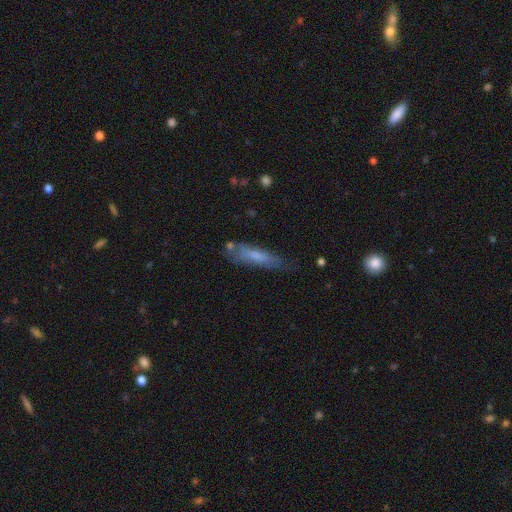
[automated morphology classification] Smooth or featured: smooth — 60% (featured or disk — 32%)
How rounded: cigar-shaped — 76% (in between — 23%)
Merging: none — 56% (minor disturbance — 27%)